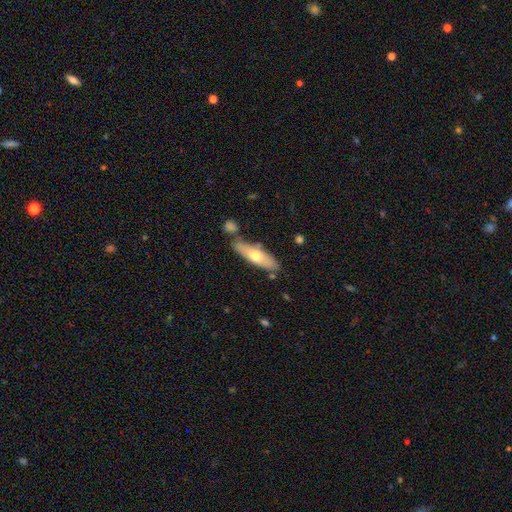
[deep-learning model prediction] Q: Smooth or featured?
A: smooth (57%); runner-up: featured or disk (37%)
Q: How rounded?
A: cigar-shaped (59%); runner-up: in between (39%)
Q: Merging?
A: none (73%); runner-up: minor disturbance (14%)